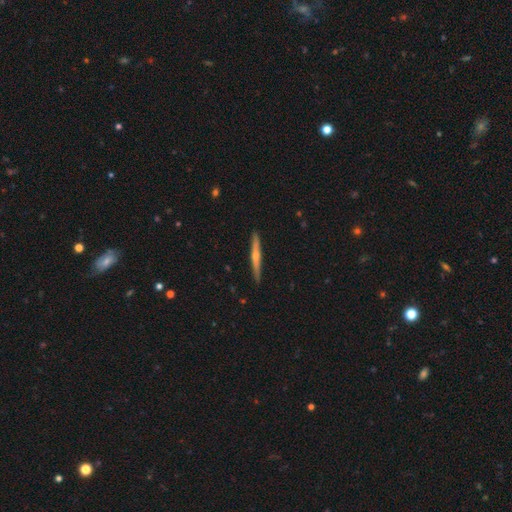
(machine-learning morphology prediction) A featured or disk galaxy (57%) viewed edge-on (97%) with a rounded central bulge (69%). Merging: none (89%).